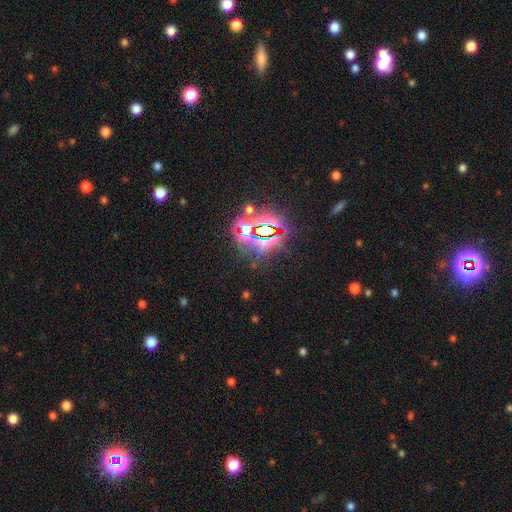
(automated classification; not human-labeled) Q: Smooth or featured?
A: star or artifact (76%); runner-up: smooth (16%)